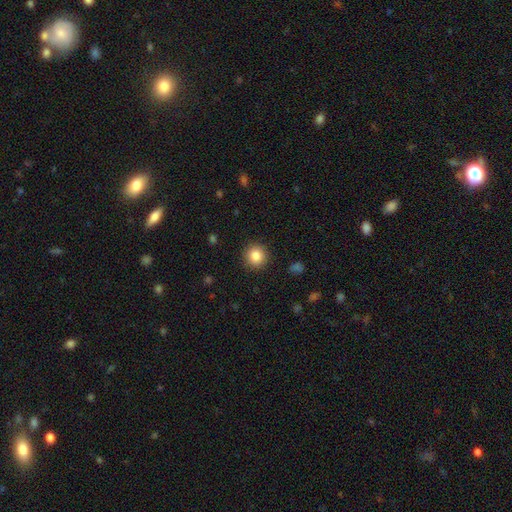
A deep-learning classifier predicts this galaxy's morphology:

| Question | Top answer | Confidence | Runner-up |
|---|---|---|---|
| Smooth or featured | smooth | 85% | star or artifact (10%) |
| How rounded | round | 94% | in between (5%) |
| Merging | none | 91% | minor disturbance (5%) |